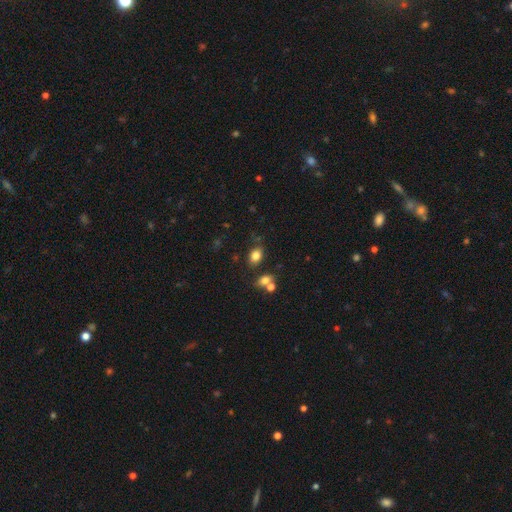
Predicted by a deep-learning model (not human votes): Morphology: type=smooth (81%); roundness=in between (75%); merging=none (71%).